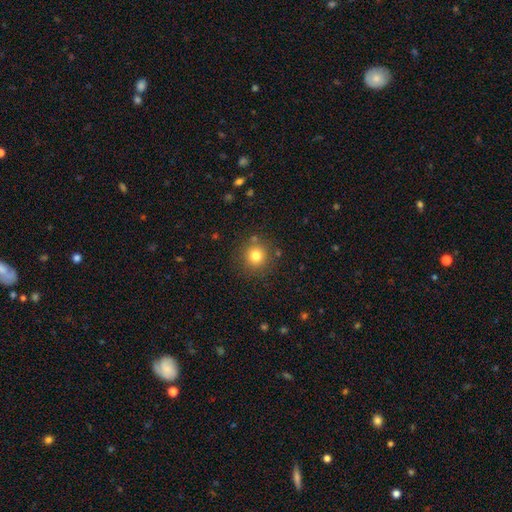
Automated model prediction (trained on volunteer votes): A smooth galaxy with no disk features (79%) that is round (94%).

Vote fractions:
- Smooth or featured? smooth: 79% / star or artifact: 13% / featured or disk: 8%
- How rounded? round: 94% / in between: 5% / cigar-shaped: 1%
- Merging? none: 85% / minor disturbance: 8% / merger: 4% / major disturbance: 3%